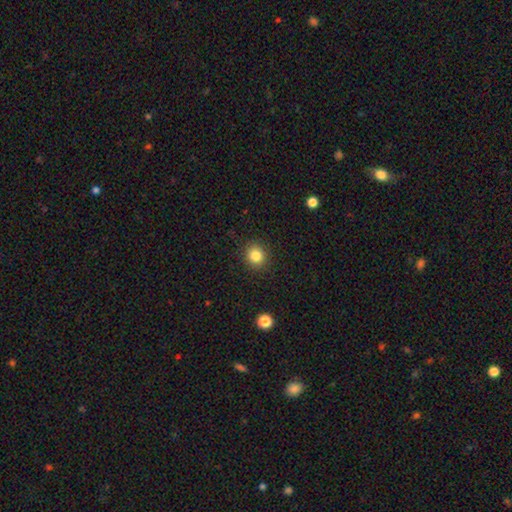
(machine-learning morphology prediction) A smooth galaxy with no disk features (84%) that is round (86%). Merging: none (90%).